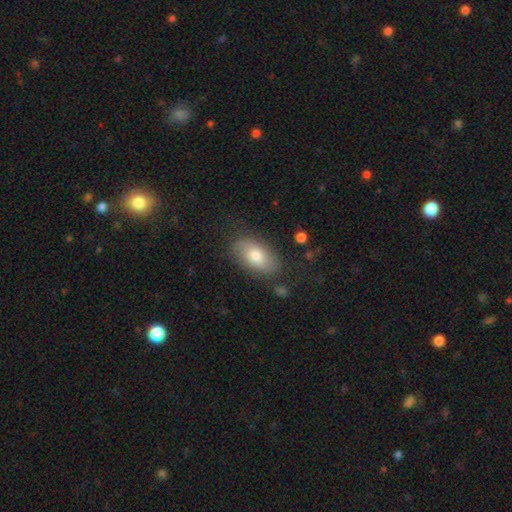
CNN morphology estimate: smooth 73%, featured or disk 20%, star or artifact 7%. Down the decision tree: how rounded — in between (92%); merging — none (77%).